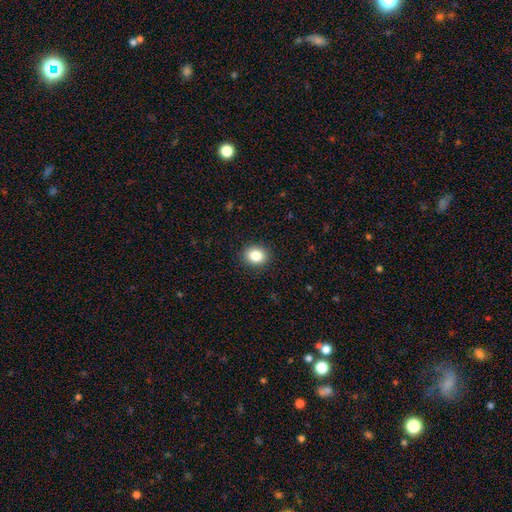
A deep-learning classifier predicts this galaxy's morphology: Smooth or featured?
  - smooth: 84% *
  - star or artifact: 10%
  - featured or disk: 6%
How rounded?
  - round: 63% *
  - in between: 37%
  - cigar-shaped: 1%
Merging?
  - none: 91% *
  - minor disturbance: 7%
  - major disturbance: 2%
  - merger: 1%